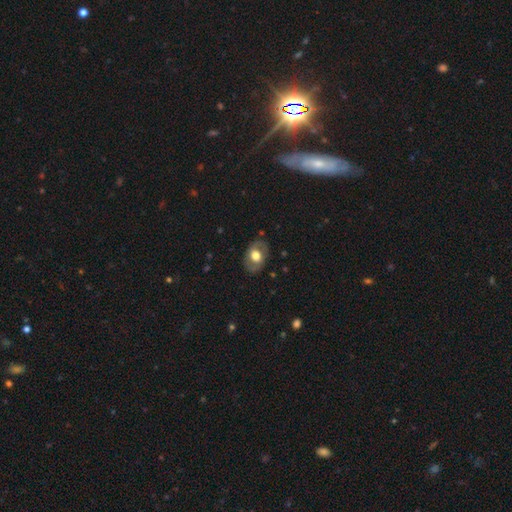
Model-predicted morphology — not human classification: Smooth or featured? smooth (51%)
How rounded? in between (74%)
Merging? none (80%)